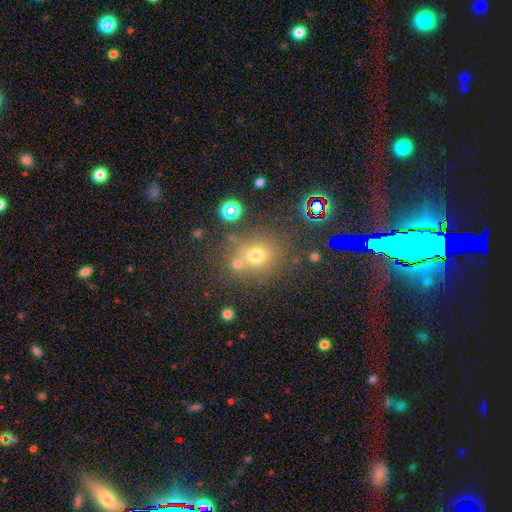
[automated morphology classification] A smooth galaxy with no disk features (66%) that is round (81%). Merging: none (66%).